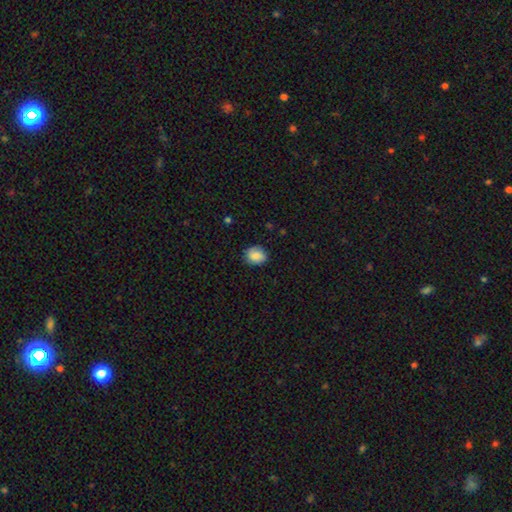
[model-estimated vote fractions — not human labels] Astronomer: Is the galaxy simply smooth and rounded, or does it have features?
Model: smooth — 83%.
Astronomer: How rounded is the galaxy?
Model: round — 59% (runner-up: in between, 40%).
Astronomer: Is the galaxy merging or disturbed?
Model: none — 81%.